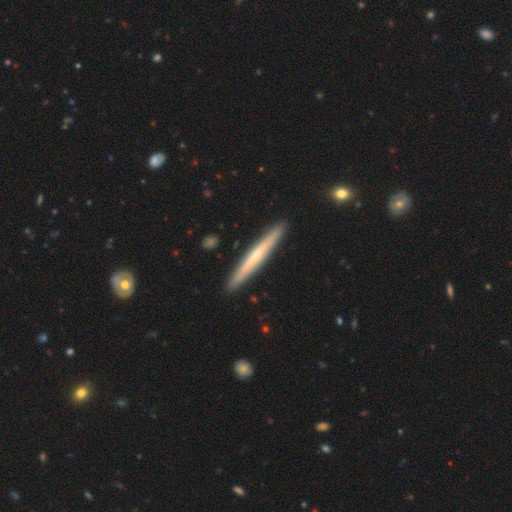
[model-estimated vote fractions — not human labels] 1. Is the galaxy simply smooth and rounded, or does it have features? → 51% featured or disk, 44% smooth, 5% star or artifact.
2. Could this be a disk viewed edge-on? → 96% yes, 4% no.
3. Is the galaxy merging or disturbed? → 92% none, 6% minor disturbance, 1% merger, 1% major disturbance.